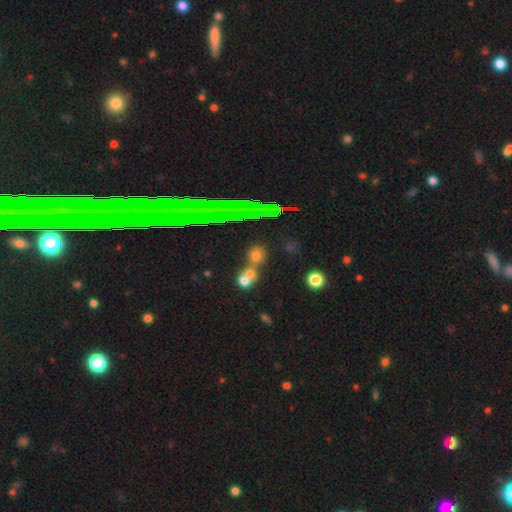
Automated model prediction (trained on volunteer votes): Smooth or featured: smooth — 62% (star or artifact — 24%)
How rounded: round — 70% (in between — 26%)
Merging: merger — 51% (none — 38%)